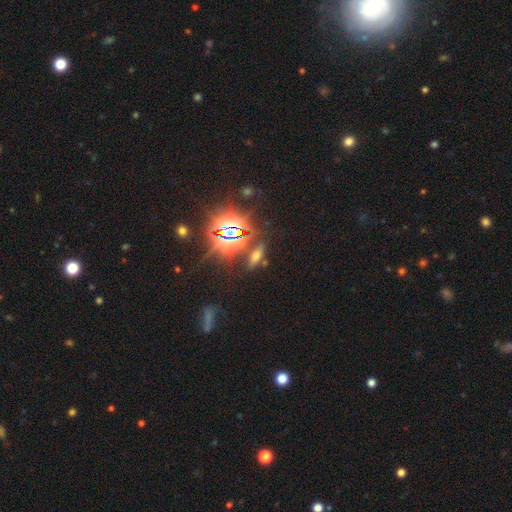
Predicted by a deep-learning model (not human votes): Q: Smooth or featured?
A: star or artifact (44%); runner-up: smooth (42%)